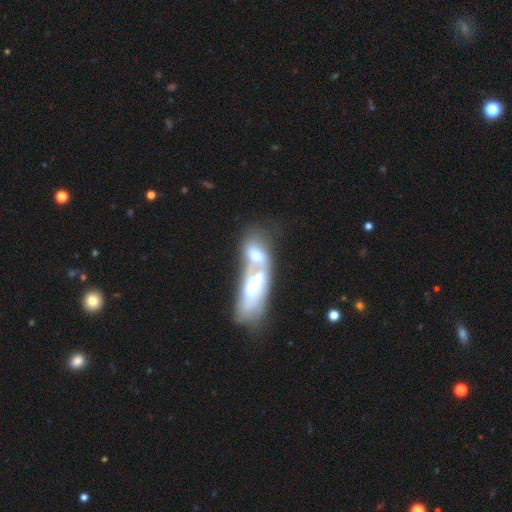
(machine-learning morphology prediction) smooth_or_featured: featured or disk (p=0.47) [alt: smooth p=0.45]
merging: merger (p=0.73) [alt: none p=0.11]